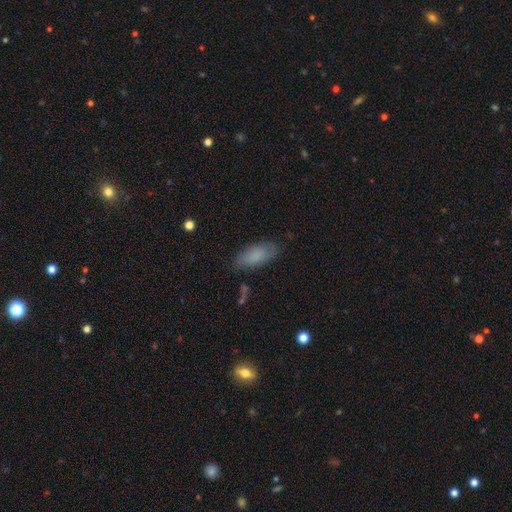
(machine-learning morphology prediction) This is clearly a smooth galaxy (84%). How rounded: clearly in between (83%). Merging: clearly none (80%).